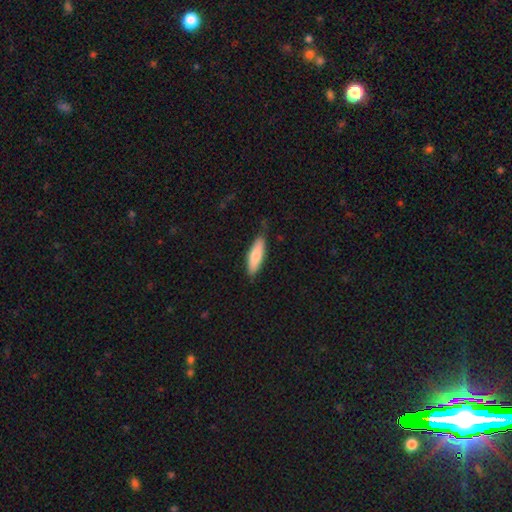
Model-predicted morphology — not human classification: Smooth or featured? smooth (79%)
How rounded? cigar-shaped (54%)
Merging? none (79%)